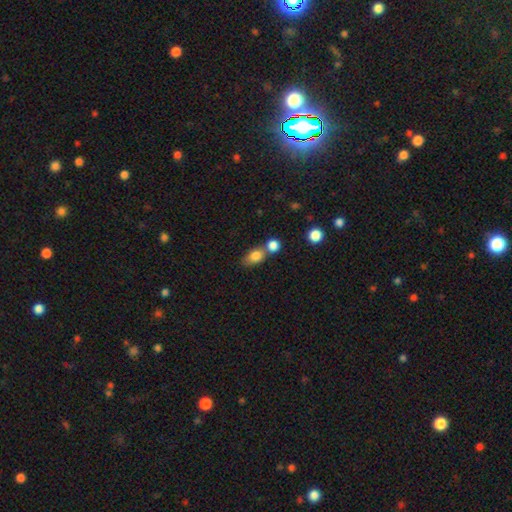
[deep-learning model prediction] Smooth or featured? smooth (82%)
How rounded? in between (65%)
Merging? merger (44%)